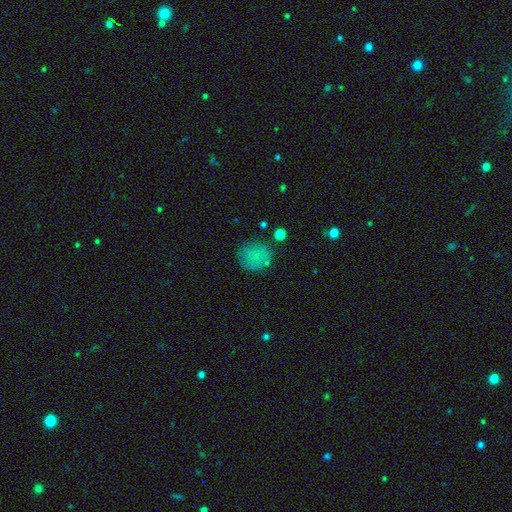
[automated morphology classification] smooth 78%, star or artifact 14%, featured or disk 8%. Down the decision tree: how rounded — round (84%); merging — none (76%).